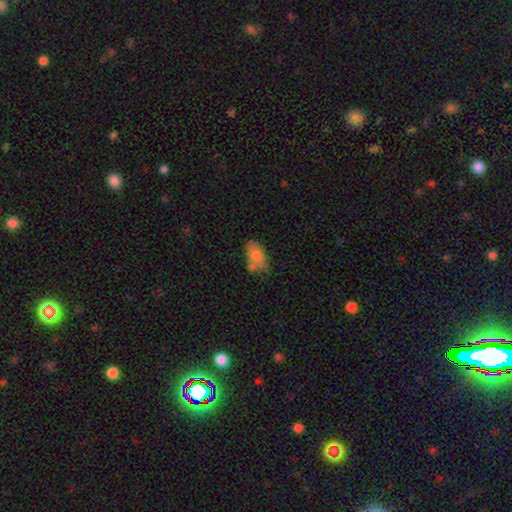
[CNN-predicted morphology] Q: Smooth or featured?
A: smooth (78%); runner-up: featured or disk (14%)
Q: How rounded?
A: in between (91%); runner-up: round (5%)
Q: Merging?
A: none (50%); runner-up: minor disturbance (23%)